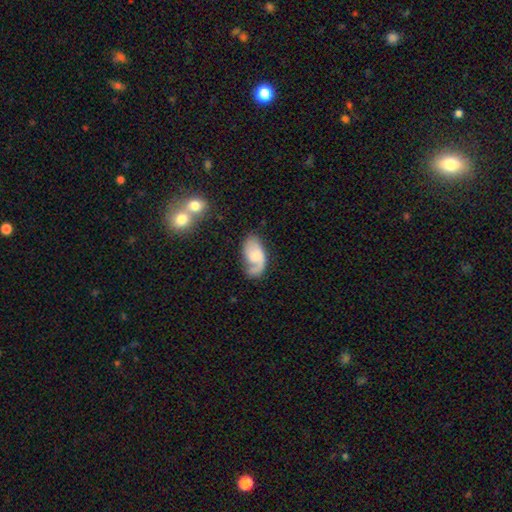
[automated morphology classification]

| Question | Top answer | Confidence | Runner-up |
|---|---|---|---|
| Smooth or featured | featured or disk | 68% | smooth (26%) |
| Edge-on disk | no | 96% | yes (4%) |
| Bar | no | 55% | weak (38%) |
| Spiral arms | yes | 92% | no (8%) |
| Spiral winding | medium | 41% | loose (37%) |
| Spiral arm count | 1 | 48% | 2 (43%) |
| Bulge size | small | 37% | moderate (34%) |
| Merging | none | 51% | minor disturbance (25%) |